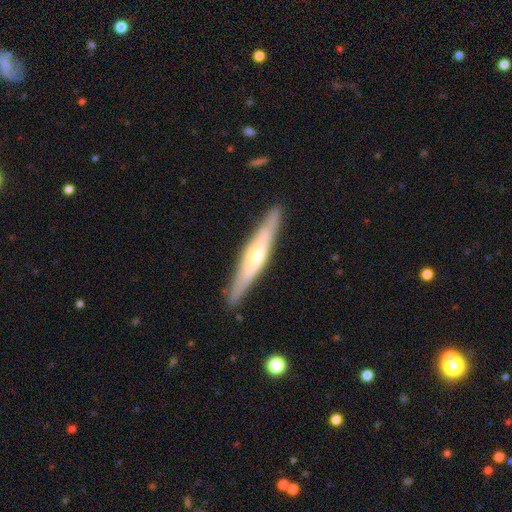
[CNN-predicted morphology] smooth-or-featured: featured or disk: 60% | smooth: 35% | star or artifact: 5%
  disk-edge-on: yes: 91% | no: 9%
    edge-on-bulge: rounded: 74% | none: 17% | boxy: 9%
  merging: none: 88% | minor disturbance: 9% | major disturbance: 2% | merger: 1%